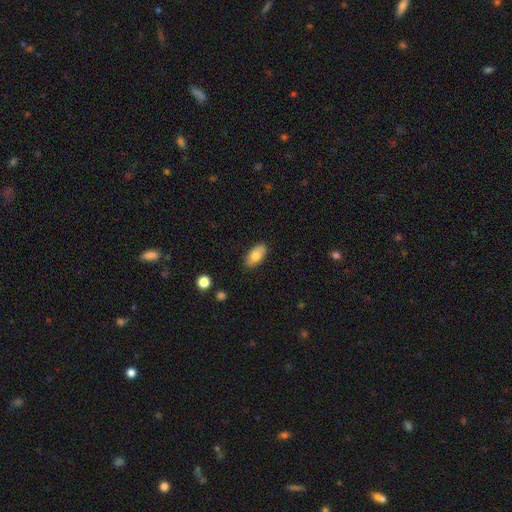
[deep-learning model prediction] Q: Smooth or featured?
A: smooth (79%); runner-up: featured or disk (14%)
Q: How rounded?
A: in between (93%); runner-up: cigar-shaped (4%)
Q: Merging?
A: none (86%); runner-up: minor disturbance (11%)